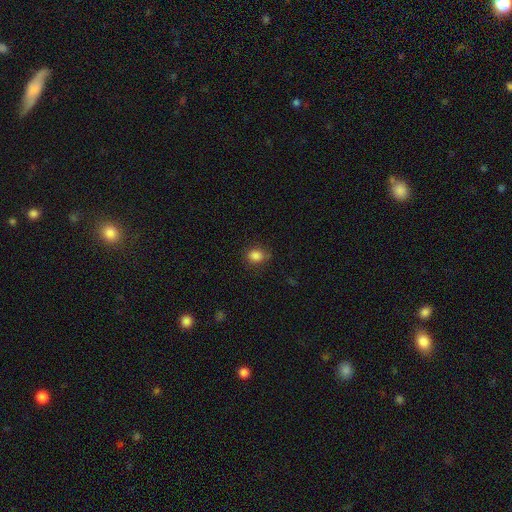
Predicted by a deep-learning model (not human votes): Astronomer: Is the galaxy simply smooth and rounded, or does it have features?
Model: smooth — 85%.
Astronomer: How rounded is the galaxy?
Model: round — 58% (runner-up: in between, 41%).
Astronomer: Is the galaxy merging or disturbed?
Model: none — 79%.